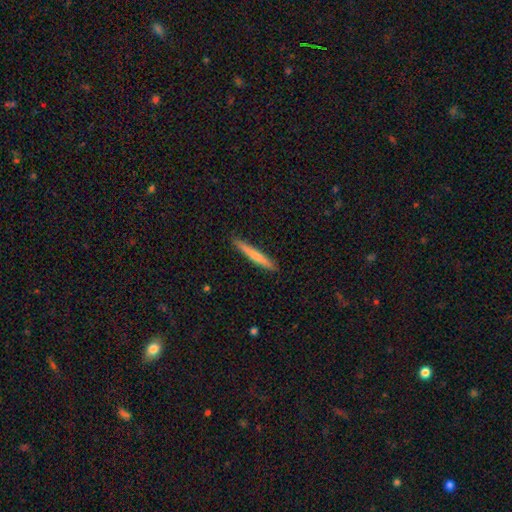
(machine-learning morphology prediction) Smooth or featured? Predicted: smooth (p=0.61). How rounded? Predicted: cigar-shaped (p=0.96). Merging? Predicted: none (p=0.91).